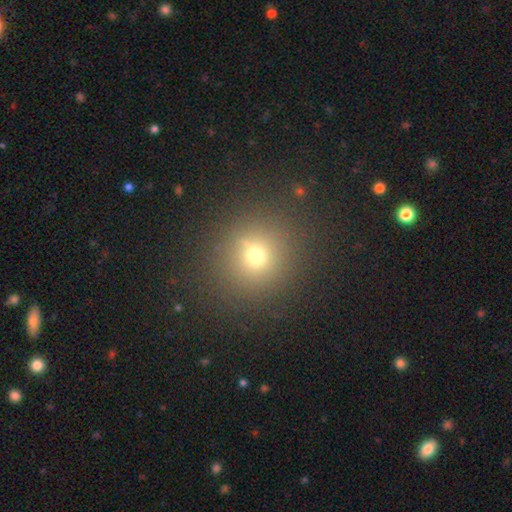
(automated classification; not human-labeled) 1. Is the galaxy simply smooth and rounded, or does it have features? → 68% smooth, 22% star or artifact, 10% featured or disk.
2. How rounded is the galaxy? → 91% round, 8% in between, 1% cigar-shaped.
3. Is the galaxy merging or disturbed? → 86% none, 8% minor disturbance, 4% major disturbance, 2% merger.